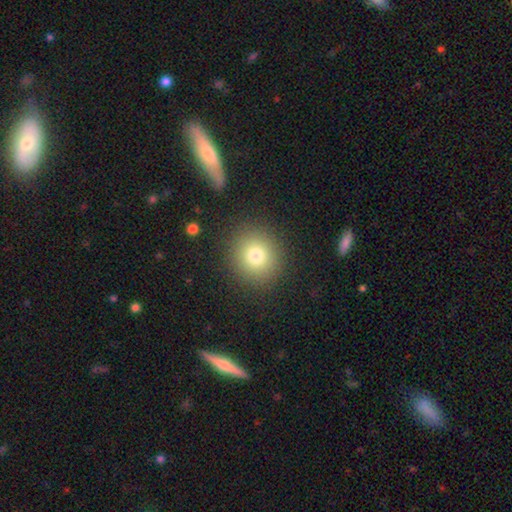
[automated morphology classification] Smooth or featured? smooth (77%)
How rounded? round (88%)
Merging? none (89%)